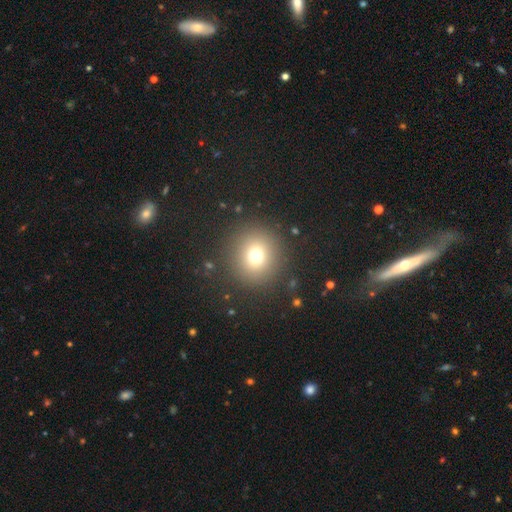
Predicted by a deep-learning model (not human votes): Smooth or featured? Predicted: smooth (p=0.72). How rounded? Predicted: round (p=0.93). Merging? Predicted: none (p=0.89).